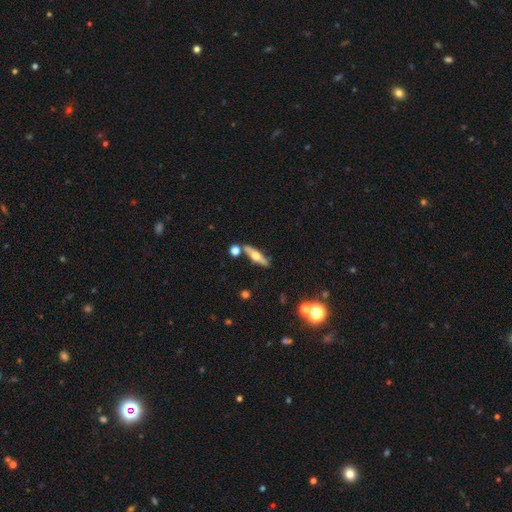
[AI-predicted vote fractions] This appears to be a featured or disk galaxy (54%) viewed edge-on (88%). Merging: none (78%).